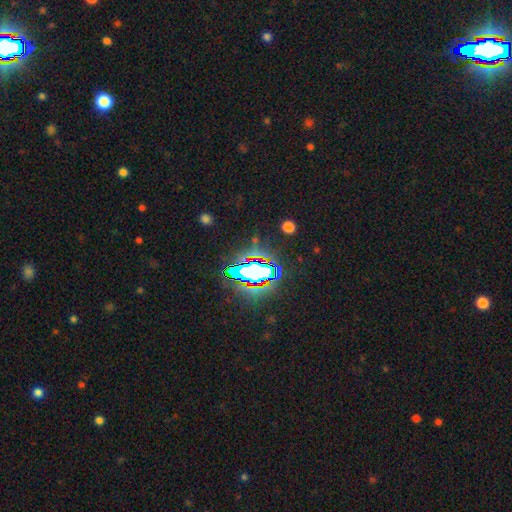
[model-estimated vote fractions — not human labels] Smooth or featured? Predicted: star or artifact (p=0.83).